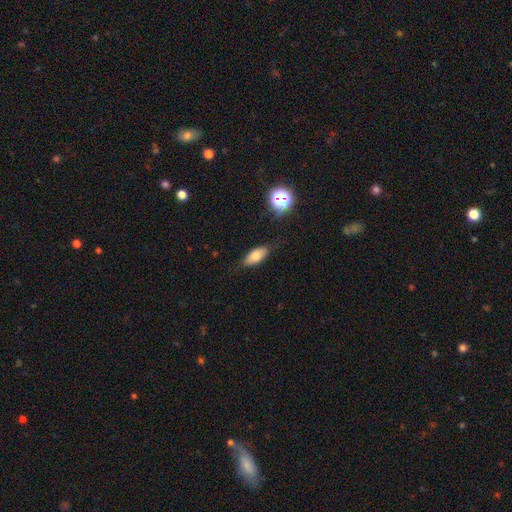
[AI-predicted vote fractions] A smooth galaxy with no disk features (77%) that is in between round and cigar-shaped (83%).

Vote fractions:
- Smooth or featured? smooth: 77% / featured or disk: 14% / star or artifact: 10%
- How rounded? in between: 83% / cigar-shaped: 14% / round: 3%
- Merging? none: 79% / minor disturbance: 15% / major disturbance: 4% / merger: 2%